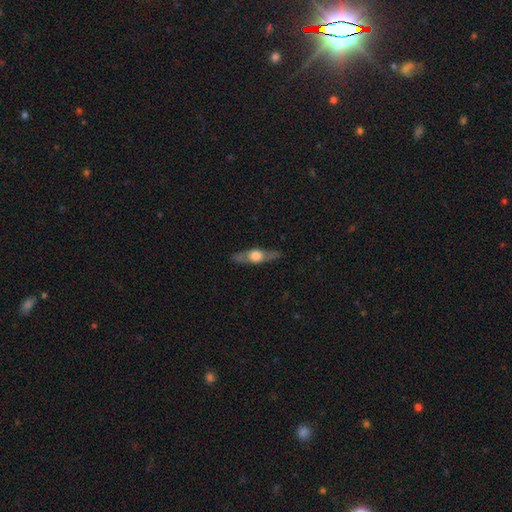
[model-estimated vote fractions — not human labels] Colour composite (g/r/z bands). It shows a featured or disk galaxy (63%) viewed edge-on (89%) with a rounded central bulge (93%). Merging: none (84%).